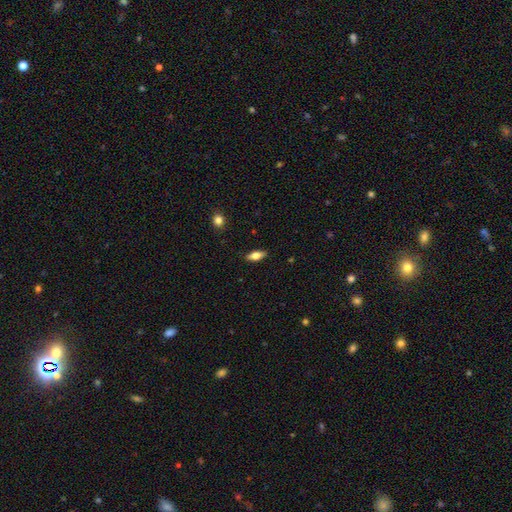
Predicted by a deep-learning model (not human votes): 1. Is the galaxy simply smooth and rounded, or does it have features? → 66% smooth, 27% featured or disk, 7% star or artifact.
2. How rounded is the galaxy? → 77% in between, 19% cigar-shaped, 4% round.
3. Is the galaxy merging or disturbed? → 87% none, 10% minor disturbance, 2% major disturbance, 1% merger.